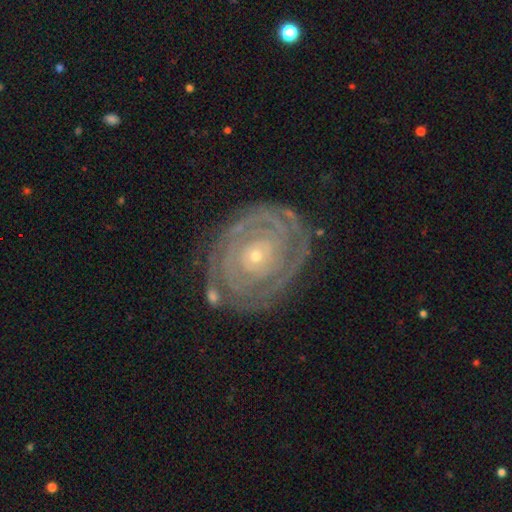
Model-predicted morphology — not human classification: The model was most divided on "spiral arm count": 2: 33%, can't tell: 31%, 3: 15%, 4: 9%, more than 4: 6%, 1: 6%. More confident: edge-on disk — no (97%); spiral arms — yes (92%); smooth or featured — featured or disk (86%); spiral winding — tight (85%); bulge size — small (81%); bar — no (80%); merging — none (78%).